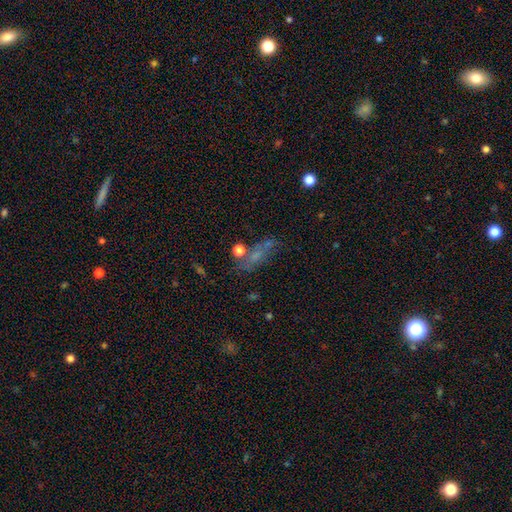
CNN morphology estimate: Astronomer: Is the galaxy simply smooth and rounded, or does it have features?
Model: smooth — 46% (runner-up: featured or disk, 29%).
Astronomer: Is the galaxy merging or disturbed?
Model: none — 48%.